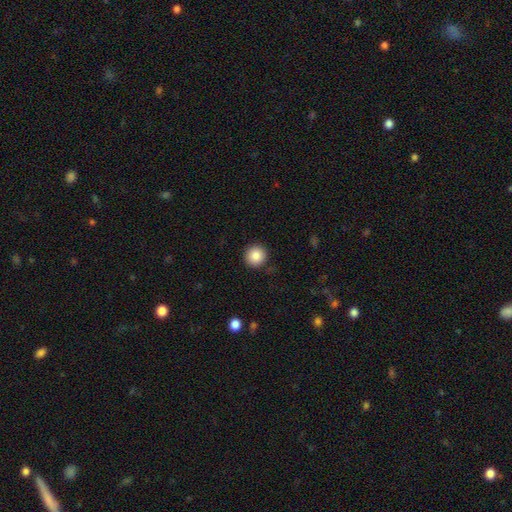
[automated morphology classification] smooth_or_featured: smooth (p=0.87) [alt: star or artifact p=0.09]
how_rounded: round (p=0.94) [alt: in between p=0.05]
merging: none (p=0.91) [alt: minor disturbance p=0.06]